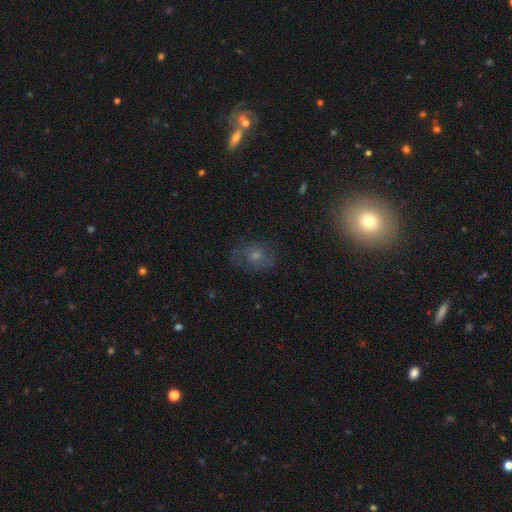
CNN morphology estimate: smooth-or-featured: smooth: 48% | featured or disk: 32% | star or artifact: 21%
  merging: none: 65% | minor disturbance: 21% | major disturbance: 12% | merger: 2%